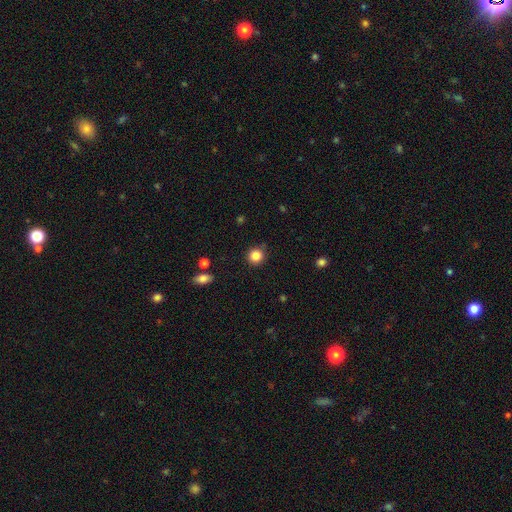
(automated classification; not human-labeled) A smooth galaxy with no disk features (85%) that is round (92%).

Vote fractions:
- Smooth or featured? smooth: 85% / star or artifact: 11% / featured or disk: 4%
- How rounded? round: 92% / in between: 7% / cigar-shaped: 1%
- Merging? none: 85% / minor disturbance: 11% / major disturbance: 2% / merger: 2%